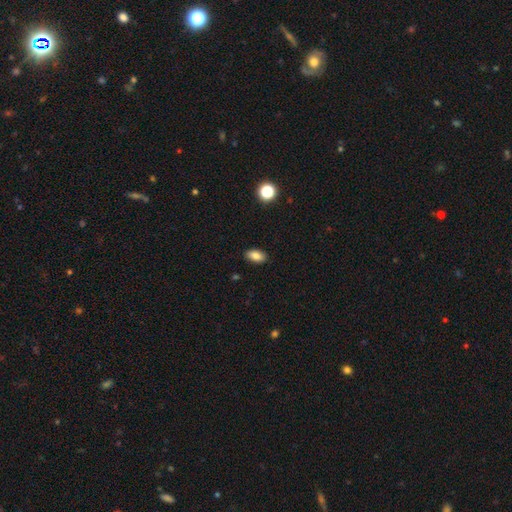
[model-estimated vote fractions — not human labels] Smooth or featured? smooth (84%)
How rounded? in between (91%)
Merging? none (88%)